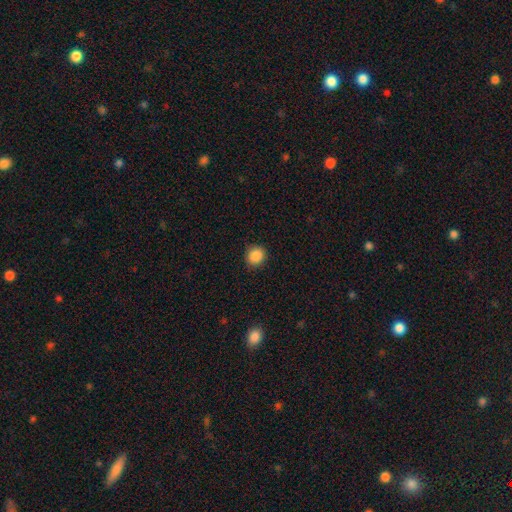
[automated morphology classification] A smooth galaxy with no disk features (87%) that is round (87%). Merging: none (89%).